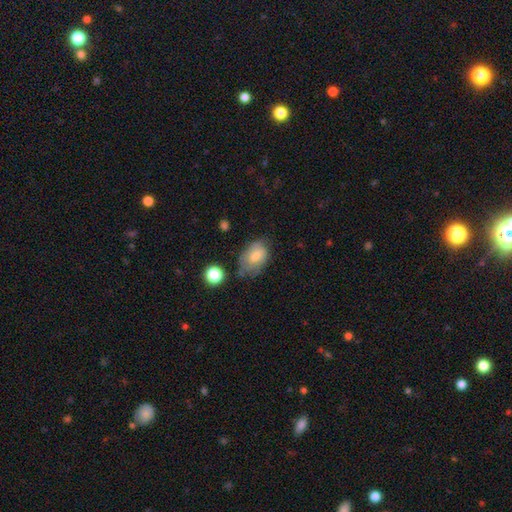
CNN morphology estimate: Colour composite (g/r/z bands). It shows a smooth galaxy with no disk features (63%) that is in between round and cigar-shaped (85%). Merging: none (51%).